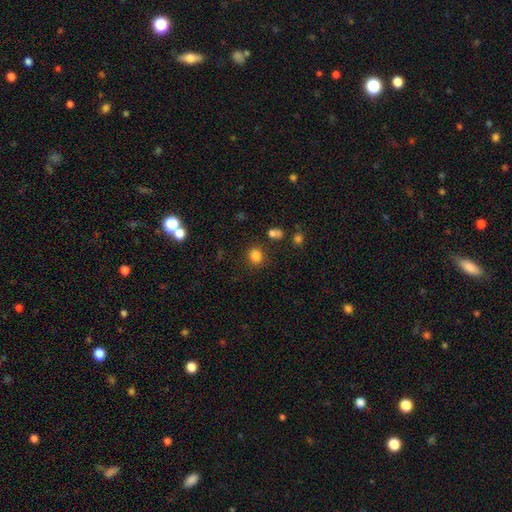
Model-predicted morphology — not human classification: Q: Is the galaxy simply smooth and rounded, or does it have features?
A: smooth — 83%.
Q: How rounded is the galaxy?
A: round — 81%.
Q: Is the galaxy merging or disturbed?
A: none — 84%.